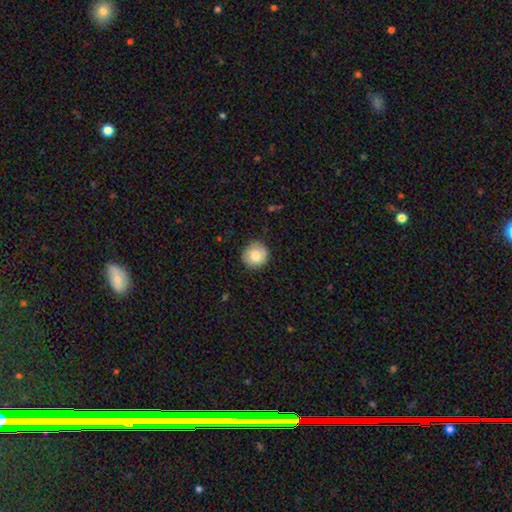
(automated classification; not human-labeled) Smooth or featured? Predicted: smooth (p=0.72). How rounded? Predicted: round (p=0.91). Merging? Predicted: none (p=0.84).